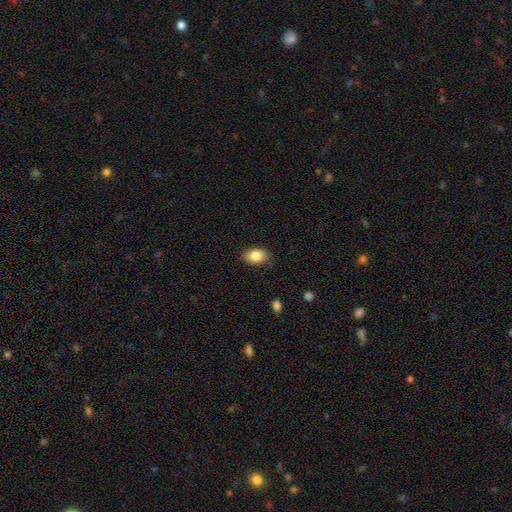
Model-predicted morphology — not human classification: Q: Smooth or featured?
A: smooth (84%); runner-up: featured or disk (8%)
Q: How rounded?
A: in between (87%); runner-up: round (12%)
Q: Merging?
A: none (84%); runner-up: minor disturbance (13%)